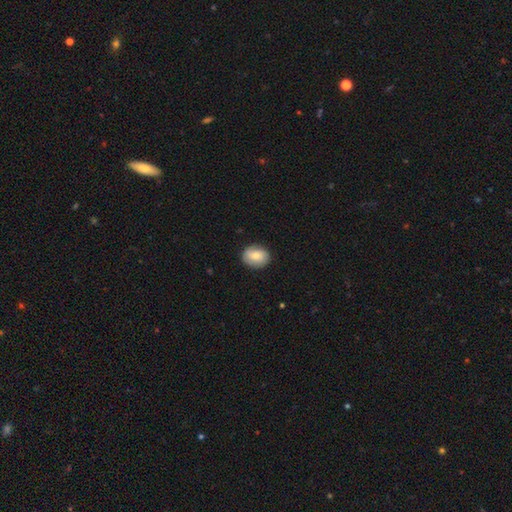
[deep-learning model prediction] smooth-or-featured: smooth: 72% | featured or disk: 21% | star or artifact: 7%
  how-rounded: round: 58% | in between: 41% | cigar-shaped: 1%
  merging: none: 85% | minor disturbance: 11% | major disturbance: 3% | merger: 1%